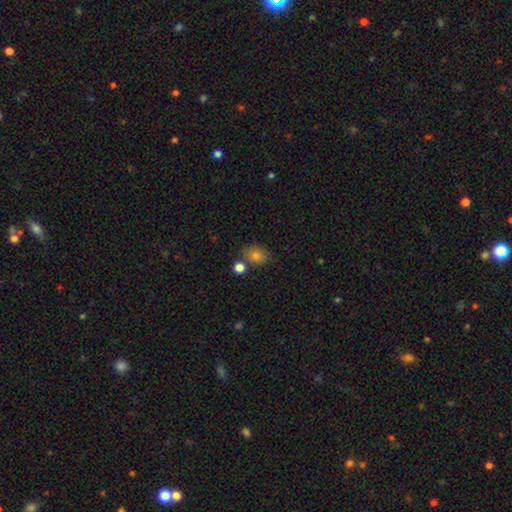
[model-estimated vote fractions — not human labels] Smooth or featured? smooth (78%)
How rounded? in between (55%)
Merging? none (72%)